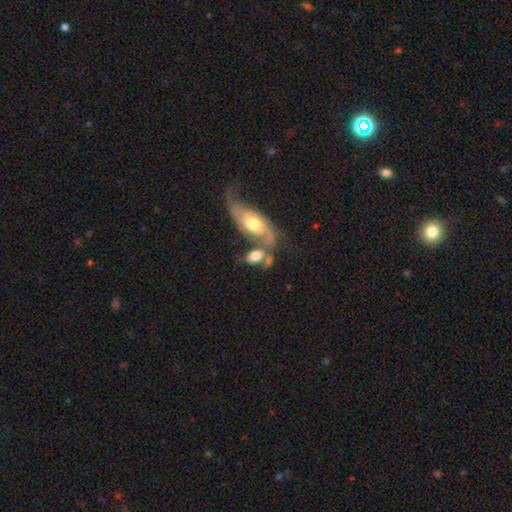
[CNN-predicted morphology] smooth-or-featured: smooth: 53% | featured or disk: 40% | star or artifact: 7%
  how-rounded: in between: 86% | round: 10% | cigar-shaped: 4%
  merging: merger: 46% | none: 30% | minor disturbance: 14% | major disturbance: 10%